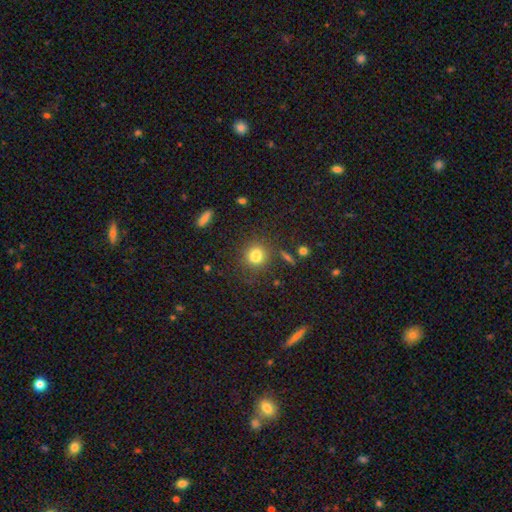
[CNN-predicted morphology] smooth 79%, star or artifact 14%, featured or disk 7%. Down the decision tree: how rounded — round (79%); merging — none (77%).